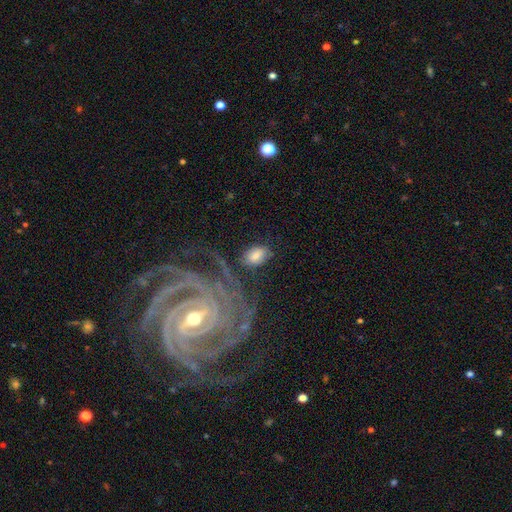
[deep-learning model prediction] This appears to be a smooth galaxy with no disk features (65%) that is in between round and cigar-shaped (81%). Merging: none (67%).